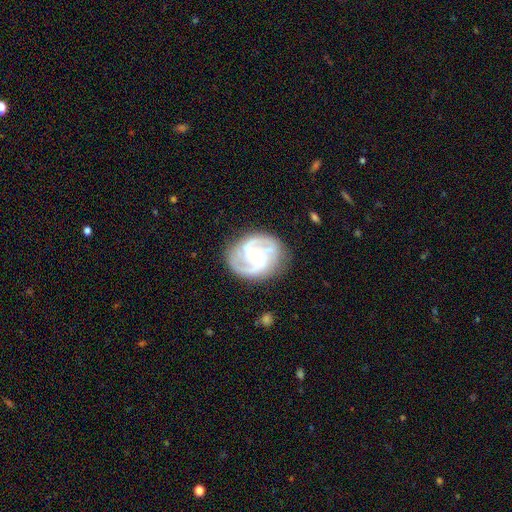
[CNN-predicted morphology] Smooth or featured? featured or disk (88%)
Edge-on disk? no (98%)
Bar? weak (46%)
Spiral arms? yes (97%)
Spiral winding? medium (49%)
Spiral arm count? 2 (62%)
Bulge size? small (57%)
Merging? none (78%)